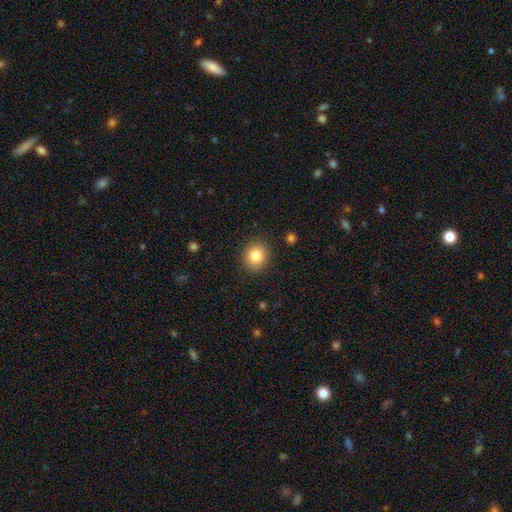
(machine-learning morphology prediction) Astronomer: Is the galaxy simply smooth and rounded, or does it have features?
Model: smooth — 82%.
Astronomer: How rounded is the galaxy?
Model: round — 83%.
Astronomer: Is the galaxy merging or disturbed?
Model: none — 90%.